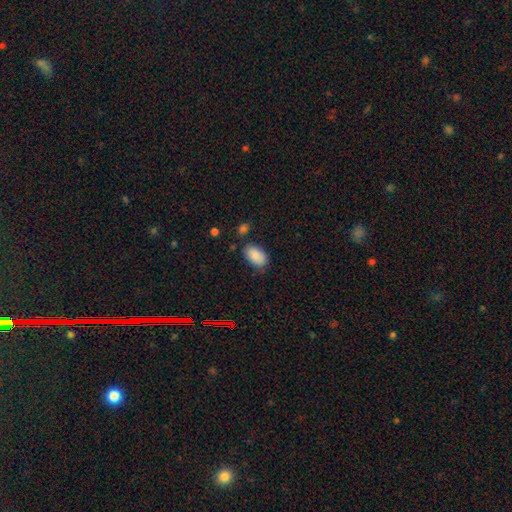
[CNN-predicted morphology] Smooth or featured: smooth — 87% (star or artifact — 7%)
How rounded: in between — 93% (round — 5%)
Merging: none — 76% (minor disturbance — 16%)